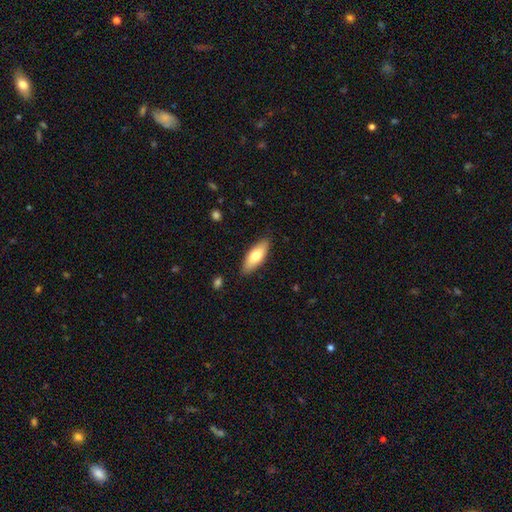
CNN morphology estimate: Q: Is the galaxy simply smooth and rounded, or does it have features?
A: smooth — 72%.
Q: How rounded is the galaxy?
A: in between — 70%.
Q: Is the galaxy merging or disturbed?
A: none — 86%.